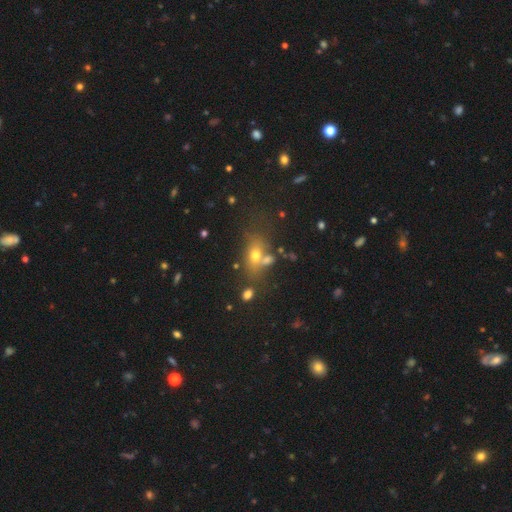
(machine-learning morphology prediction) Smooth or featured? smooth (61%)
How rounded? in between (68%)
Merging? none (52%)